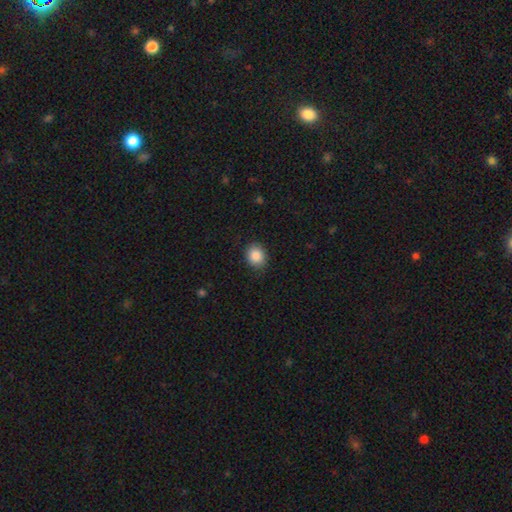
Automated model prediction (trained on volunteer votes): smooth_or_featured: smooth (p=0.87) [alt: star or artifact p=0.08]
how_rounded: round (p=0.67) [alt: in between p=0.32]
merging: none (p=0.86) [alt: minor disturbance p=0.10]